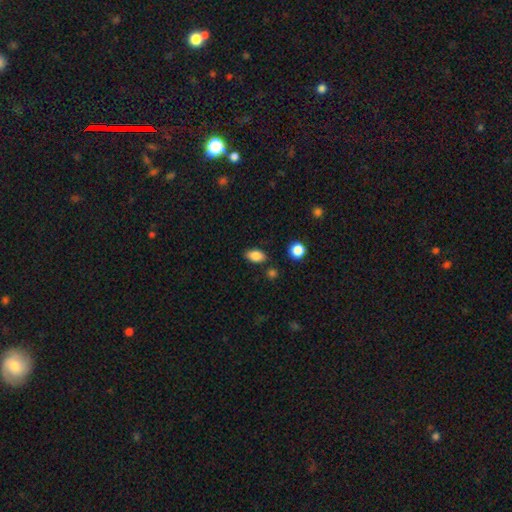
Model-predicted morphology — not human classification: This is clearly a smooth galaxy (85%). How rounded: clearly in between (87%). Merging: clearly none (83%).